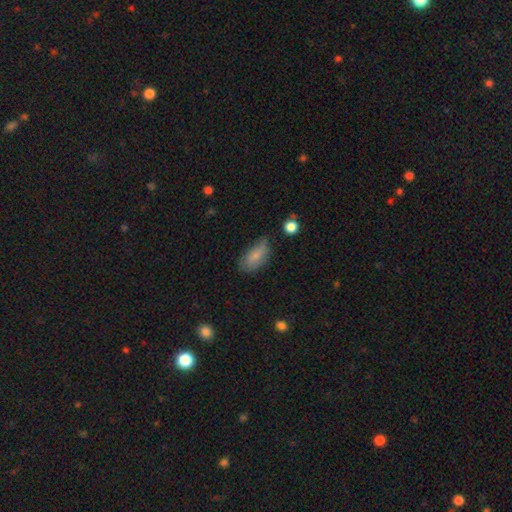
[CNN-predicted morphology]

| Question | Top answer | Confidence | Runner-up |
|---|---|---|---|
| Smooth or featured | smooth | 79% | featured or disk (13%) |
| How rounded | in between | 89% | cigar-shaped (7%) |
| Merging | none | 54% | minor disturbance (34%) |